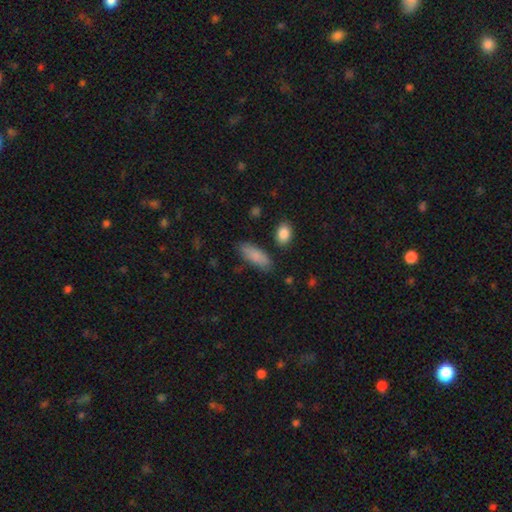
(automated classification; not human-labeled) A smooth galaxy with no disk features (85%) that is in between round and cigar-shaped (69%). Merging: none (78%).